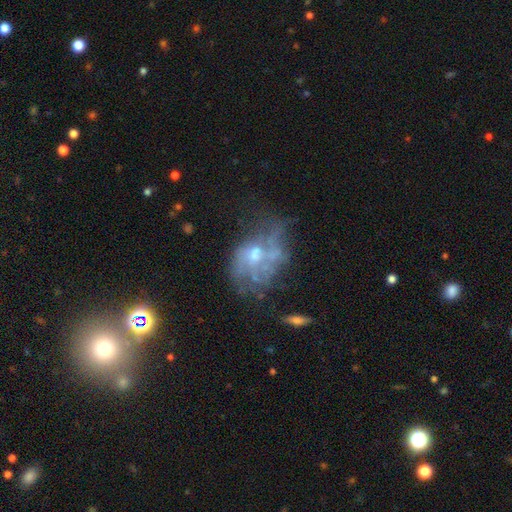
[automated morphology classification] This appears to be a featured or disk galaxy (62%) with no bar (82%), no spiral arms (75%) and a moderate central bulge (41%). Merging: major disturbance (36%).